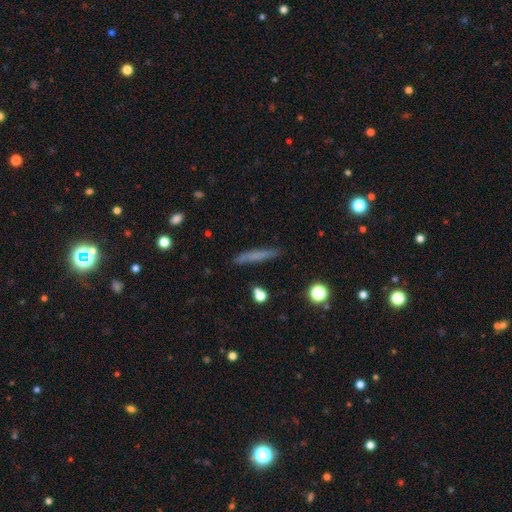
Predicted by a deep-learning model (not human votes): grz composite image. It shows a smooth galaxy with no disk features (66%) that is cigar-shaped (93%). Merging: none (85%).